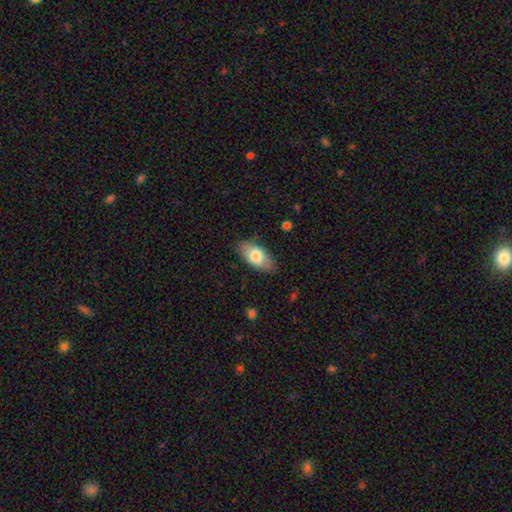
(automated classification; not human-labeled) Smooth or featured?
  - smooth: 74% *
  - featured or disk: 20%
  - star or artifact: 6%
How rounded?
  - in between: 91% *
  - cigar-shaped: 6%
  - round: 3%
Merging?
  - none: 81% *
  - minor disturbance: 15%
  - major disturbance: 3%
  - merger: 1%